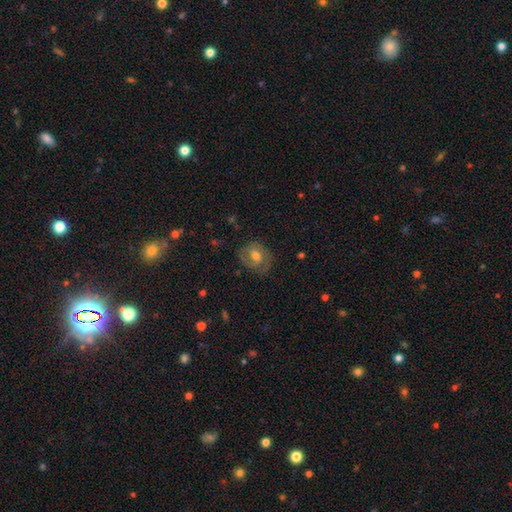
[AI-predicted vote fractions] This is likely a featured or disk galaxy (65%). It is clearly not viewed edge-on (97%). Bar: possibly no (47%). Spiral arm pattern: clearly yes (85%). Spiral arm count: likely 2 (69%). Spiral winding: possibly tight (48%). Central bulge: likely moderate (69%). Merging: likely none (72%).